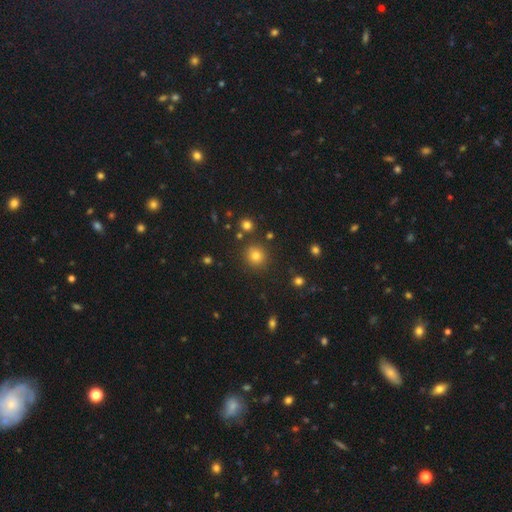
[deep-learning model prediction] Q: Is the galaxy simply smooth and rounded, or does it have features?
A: smooth — 78%.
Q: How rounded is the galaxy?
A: round — 90%.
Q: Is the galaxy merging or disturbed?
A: none — 87%.